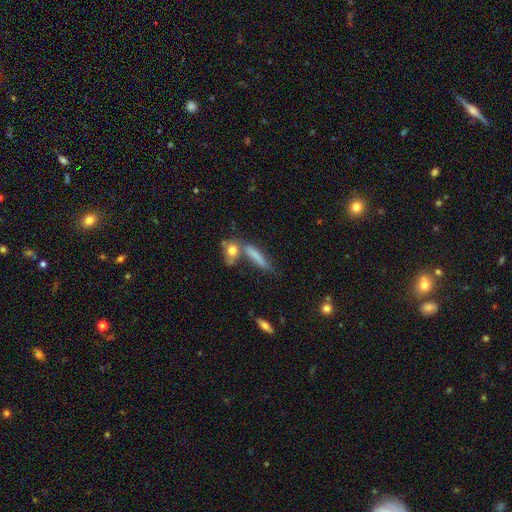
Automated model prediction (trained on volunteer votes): Smooth or featured: smooth — 71% (featured or disk — 20%)
How rounded: cigar-shaped — 76% (in between — 17%)
Merging: none — 52% (merger — 26%)